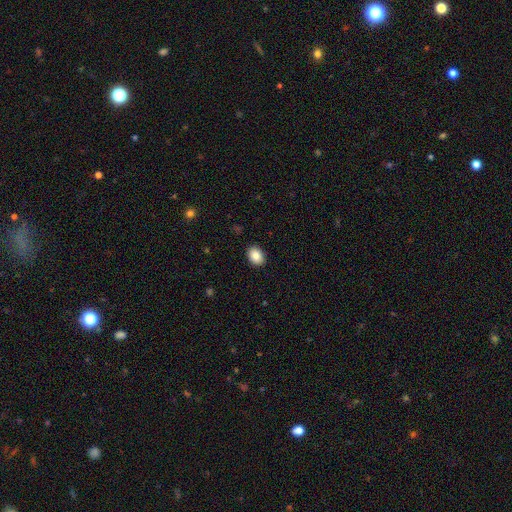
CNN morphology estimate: Q: Smooth or featured?
A: smooth (87%); runner-up: star or artifact (8%)
Q: How rounded?
A: in between (74%); runner-up: round (25%)
Q: Merging?
A: none (90%); runner-up: minor disturbance (7%)